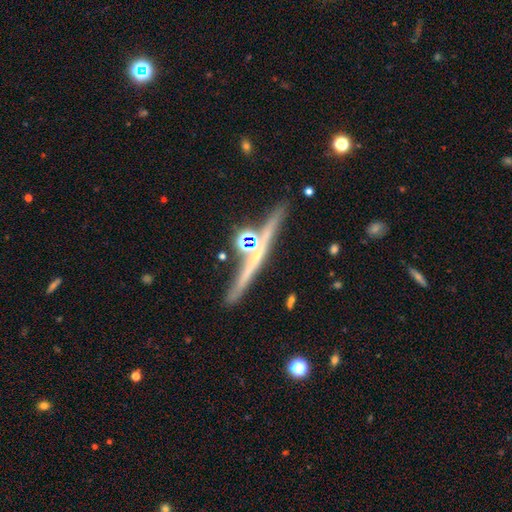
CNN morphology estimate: Smooth or featured?
  - featured or disk: 67% *
  - smooth: 23%
  - star or artifact: 11%
Edge-on disk?
  - yes: 95% *
  - no: 5%
Edge-on bulge?
  - none: 49% *
  - rounded: 44%
  - boxy: 7%
Merging?
  - none: 76% *
  - minor disturbance: 11%
  - merger: 10%
  - major disturbance: 3%